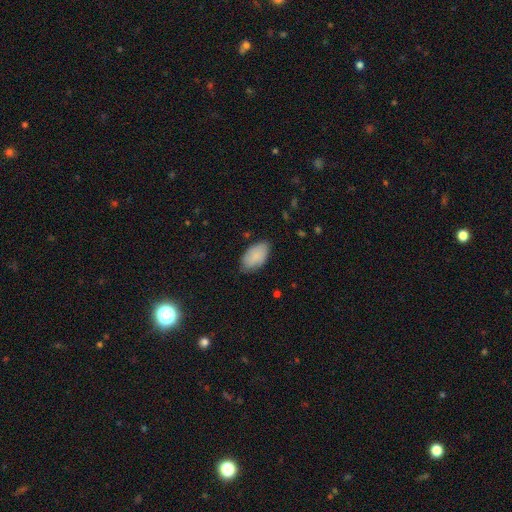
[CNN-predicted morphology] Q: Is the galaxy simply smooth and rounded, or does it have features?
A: smooth — 85%.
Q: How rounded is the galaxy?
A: in between — 94%.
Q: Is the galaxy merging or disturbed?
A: none — 76%.